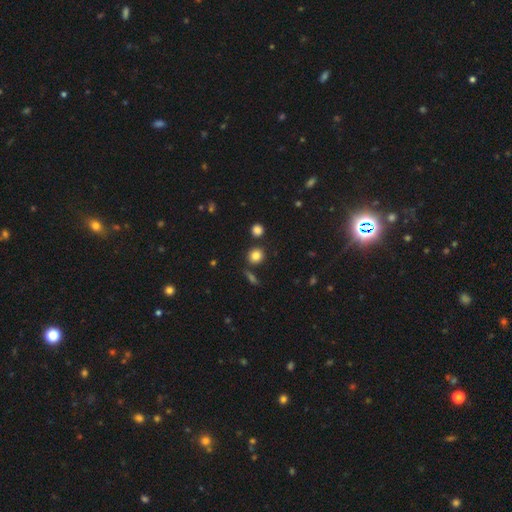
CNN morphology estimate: This appears to be a smooth galaxy with no disk features (83%) that is round (83%). Merging: none (80%).